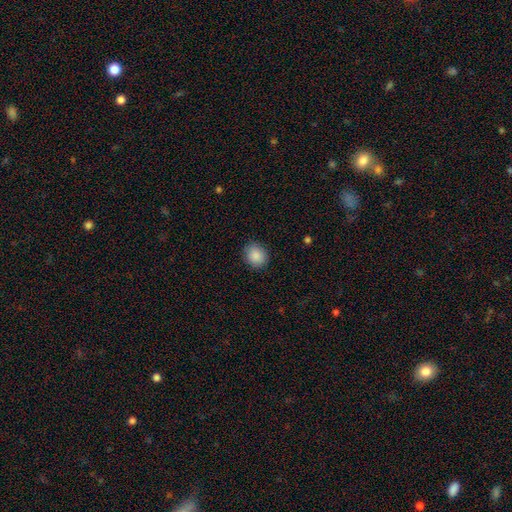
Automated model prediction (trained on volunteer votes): Smooth or featured: smooth — 88% (star or artifact — 8%)
How rounded: round — 76% (in between — 23%)
Merging: none — 88% (minor disturbance — 9%)